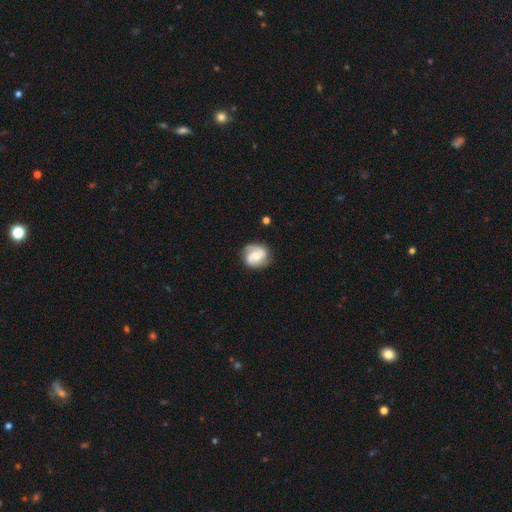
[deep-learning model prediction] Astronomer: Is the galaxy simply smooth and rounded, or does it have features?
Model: featured or disk — 64%.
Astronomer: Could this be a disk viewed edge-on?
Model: no — 97%.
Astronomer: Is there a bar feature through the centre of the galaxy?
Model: no — 44% (runner-up: weak, 41%).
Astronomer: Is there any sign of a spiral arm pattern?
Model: yes — 91%.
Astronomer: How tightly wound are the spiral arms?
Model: medium — 43% (runner-up: tight, 33%).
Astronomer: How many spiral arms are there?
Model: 2 — 75%.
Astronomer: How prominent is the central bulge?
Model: moderate — 45% (runner-up: small, 36%).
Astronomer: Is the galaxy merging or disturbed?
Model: none — 73%.